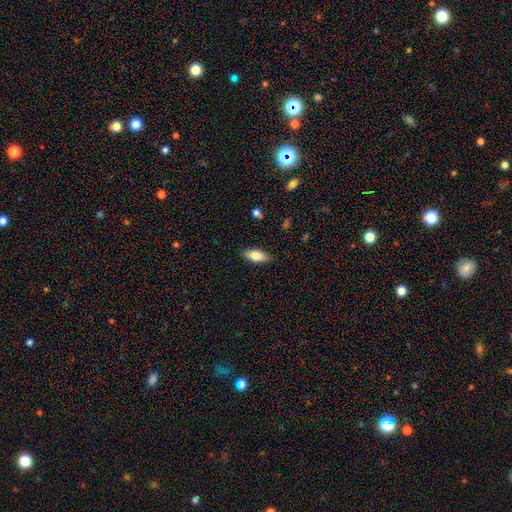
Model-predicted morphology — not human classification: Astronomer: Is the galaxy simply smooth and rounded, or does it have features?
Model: smooth — 76%.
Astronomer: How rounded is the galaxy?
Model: in between — 79%.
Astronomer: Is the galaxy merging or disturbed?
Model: none — 87%.